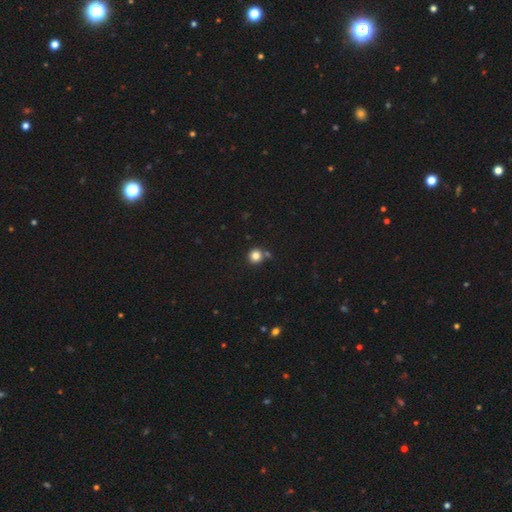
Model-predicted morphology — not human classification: smooth 83%, star or artifact 12%, featured or disk 5%. Down the decision tree: how rounded — round (92%); merging — none (77%).